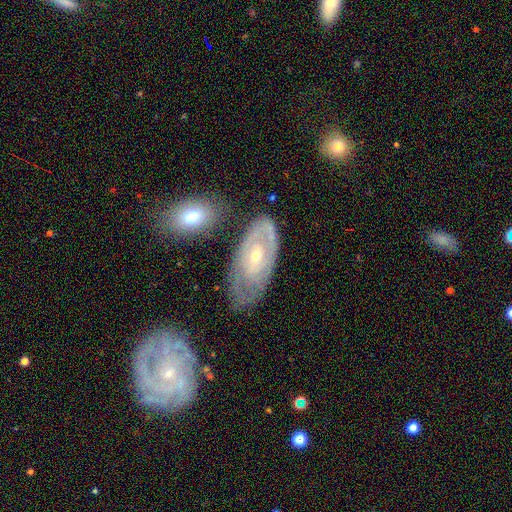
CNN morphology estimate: This appears to be a featured or disk galaxy (76%) with no bar (67%), tight (73%) spiral arms (78%) and a small central bulge (58%). Merging: none (66%).